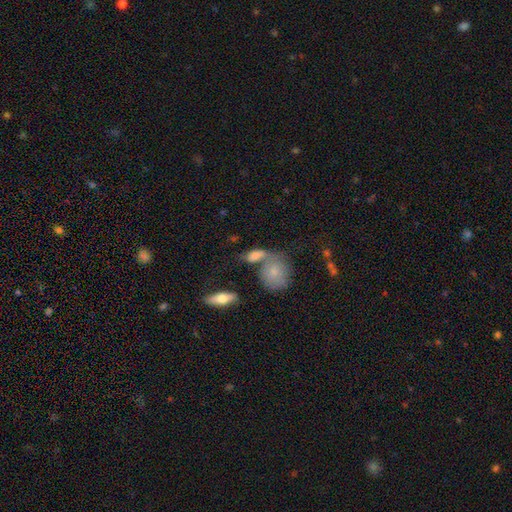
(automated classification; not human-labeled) Q: Smooth or featured?
A: smooth (71%); runner-up: featured or disk (19%)
Q: How rounded?
A: in between (68%); runner-up: round (21%)
Q: Merging?
A: none (43%); runner-up: merger (34%)